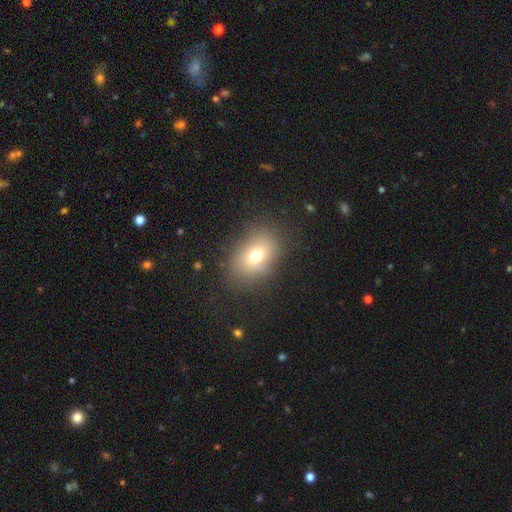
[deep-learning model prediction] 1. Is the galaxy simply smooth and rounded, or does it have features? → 71% smooth, 16% featured or disk, 14% star or artifact.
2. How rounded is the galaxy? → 69% in between, 30% round, 1% cigar-shaped.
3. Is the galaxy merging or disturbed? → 77% none, 15% minor disturbance, 7% major disturbance, 1% merger.